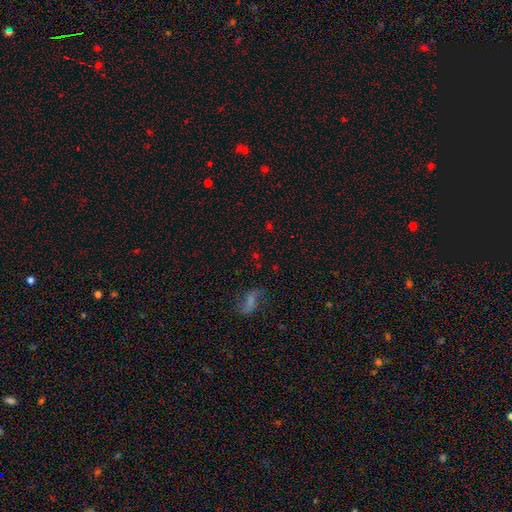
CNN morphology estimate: Smooth or featured? Predicted: smooth (p=0.41). Merging? Predicted: none (p=0.70).